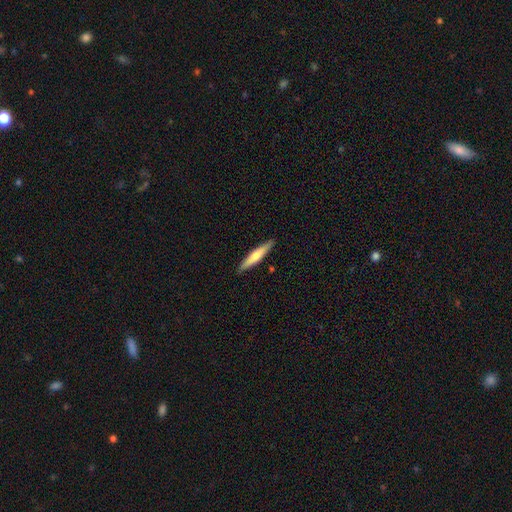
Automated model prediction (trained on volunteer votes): Smooth or featured?
  - smooth: 57% *
  - featured or disk: 38%
  - star or artifact: 5%
How rounded?
  - cigar-shaped: 90% *
  - in between: 9%
  - round: 1%
Merging?
  - none: 90% *
  - minor disturbance: 8%
  - major disturbance: 1%
  - merger: 1%